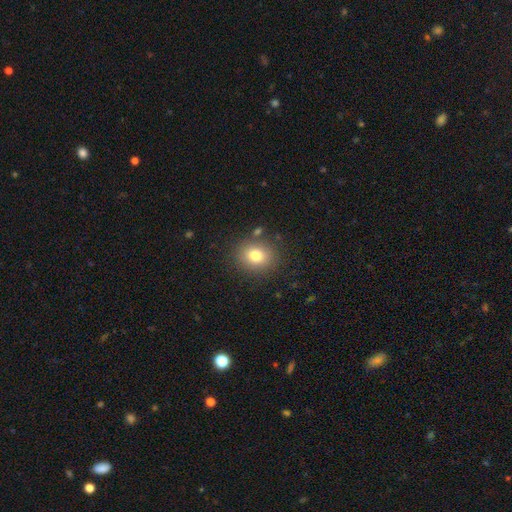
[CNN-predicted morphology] This appears to be a smooth galaxy with no disk features (79%) that is round (68%). Merging: none (83%).